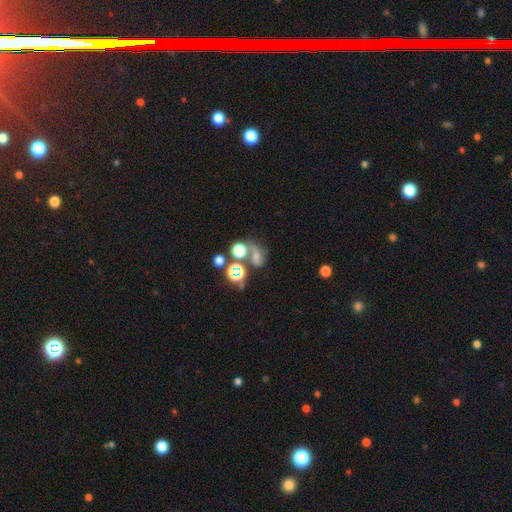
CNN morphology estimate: This is marginally a smooth galaxy (41%). Merging: marginally merger (34%).